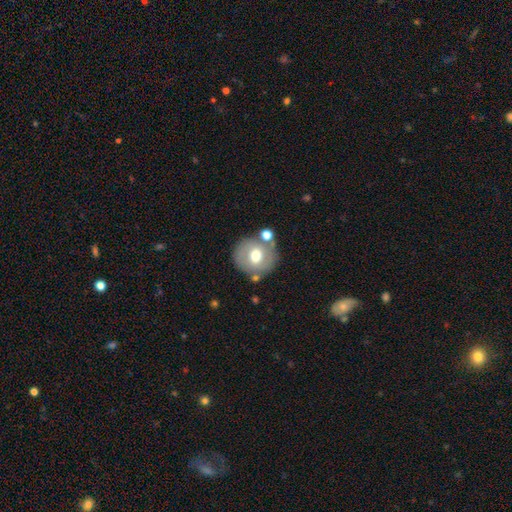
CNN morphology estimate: A smooth galaxy with no disk features (56%) that is round (86%).

Vote fractions:
- Smooth or featured? smooth: 56% / featured or disk: 36% / star or artifact: 8%
- How rounded? round: 86% / in between: 13% / cigar-shaped: 1%
- Merging? none: 72% / minor disturbance: 13% / merger: 10% / major disturbance: 5%